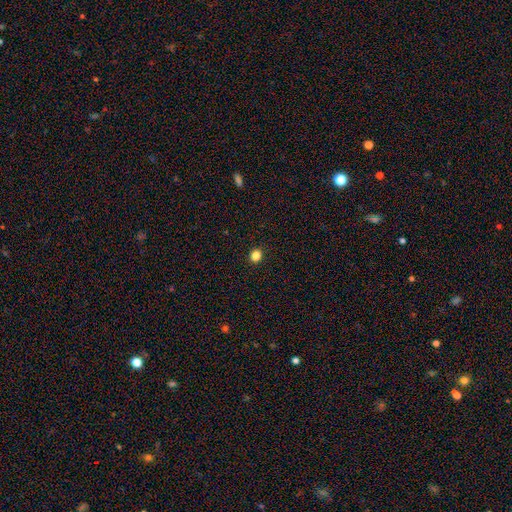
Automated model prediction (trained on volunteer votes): Smooth or featured? smooth (84%)
How rounded? round (80%)
Merging? none (92%)